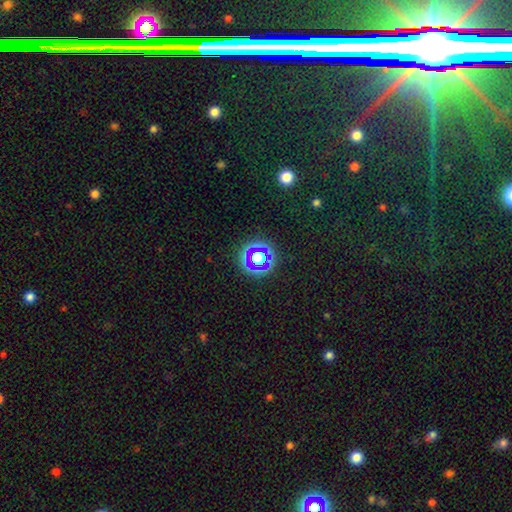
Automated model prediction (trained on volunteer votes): A star or artifact, not a galaxy (53%).